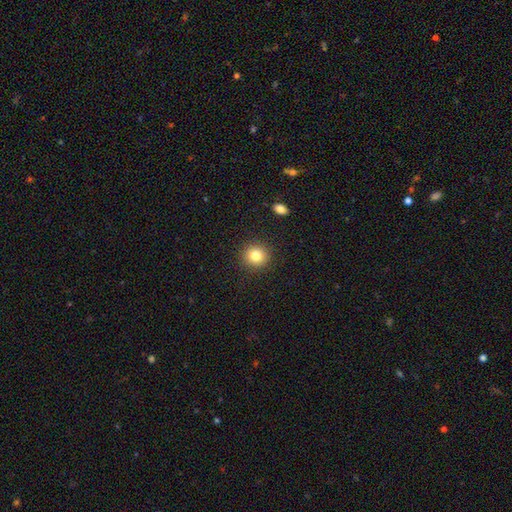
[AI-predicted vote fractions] Overall: smooth (81%). How rounded: round (91%). Merging: none (91%).